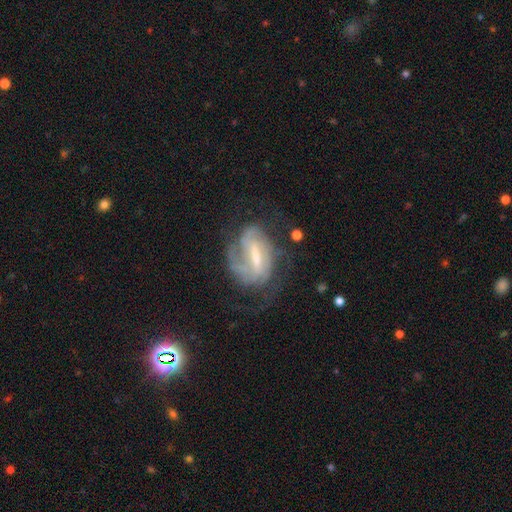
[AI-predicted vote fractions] A featured or disk galaxy (78%) with a strong bar (47%), 2 (35%) tight (42%) spiral arms (87%) and a moderate central bulge (37%). Merging: none (49%).